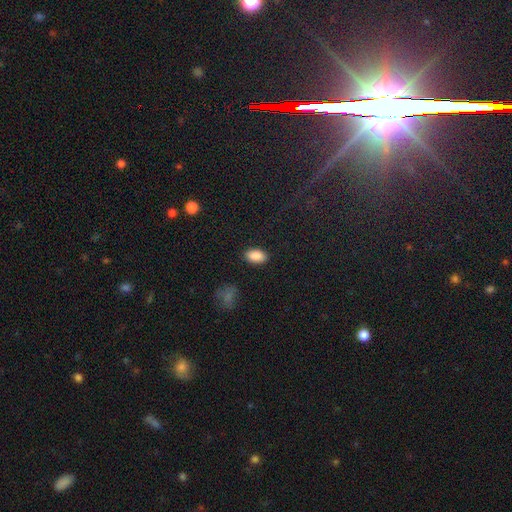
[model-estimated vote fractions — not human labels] smooth_or_featured: smooth (p=0.88) [alt: star or artifact p=0.08]
how_rounded: in between (p=0.93) [alt: round p=0.05]
merging: none (p=0.88) [alt: minor disturbance p=0.09]